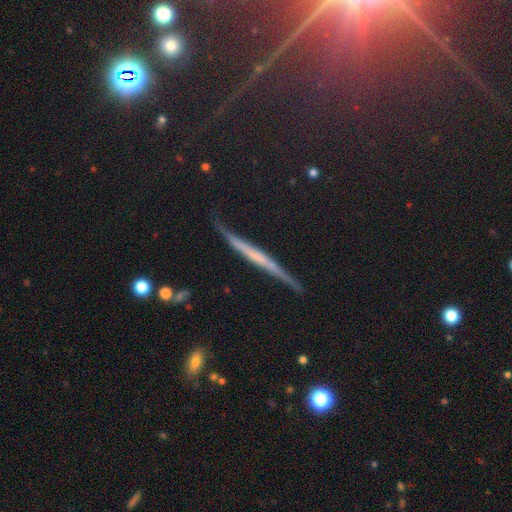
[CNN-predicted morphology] Q: Smooth or featured?
A: featured or disk (58%); runner-up: smooth (26%)
Q: Edge-on disk?
A: yes (89%); runner-up: no (11%)
Q: Edge-on bulge?
A: none (66%); runner-up: rounded (19%)
Q: Merging?
A: none (75%); runner-up: minor disturbance (18%)